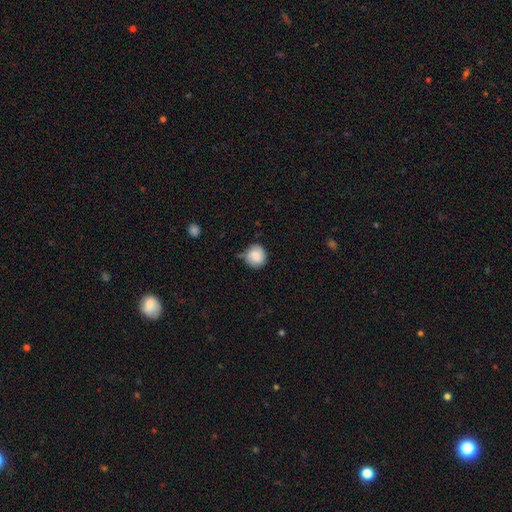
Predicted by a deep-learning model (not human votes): Smooth or featured?
  - smooth: 74% *
  - featured or disk: 19%
  - star or artifact: 8%
How rounded?
  - round: 83% *
  - in between: 16%
  - cigar-shaped: 1%
Merging?
  - none: 55% *
  - minor disturbance: 33%
  - major disturbance: 8%
  - merger: 4%